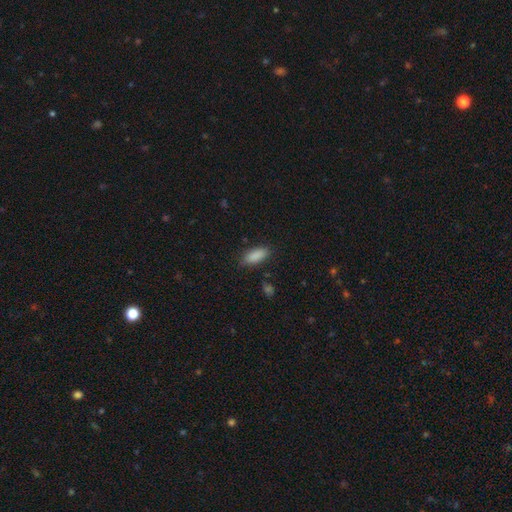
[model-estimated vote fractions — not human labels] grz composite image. It shows a smooth galaxy with no disk features (88%) that is in between round and cigar-shaped (82%). Merging: none (82%).